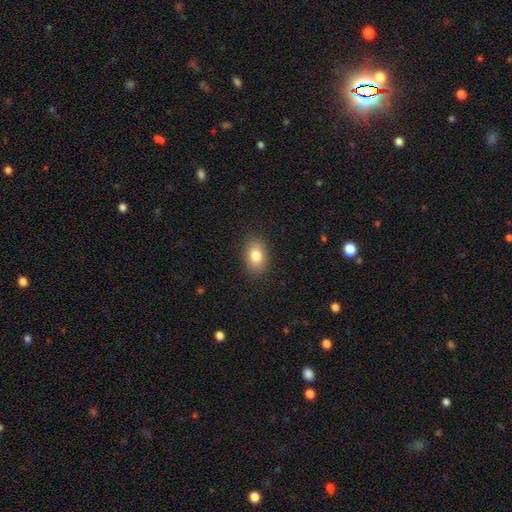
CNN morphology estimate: Smooth or featured: smooth — 82% (featured or disk — 10%)
How rounded: in between — 84% (round — 15%)
Merging: none — 88% (minor disturbance — 9%)